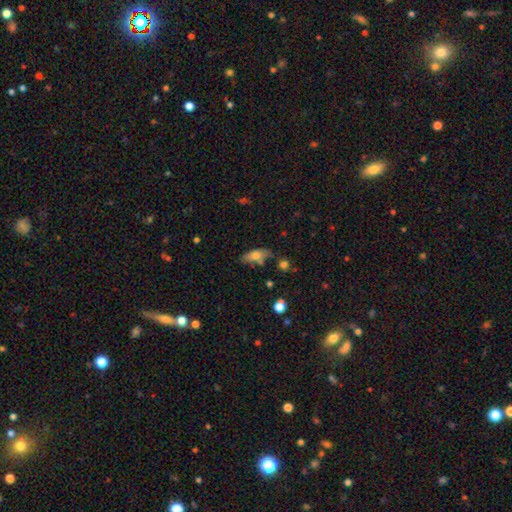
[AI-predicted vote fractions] Smooth or featured? smooth (70%)
How rounded? in between (74%)
Merging? none (62%)